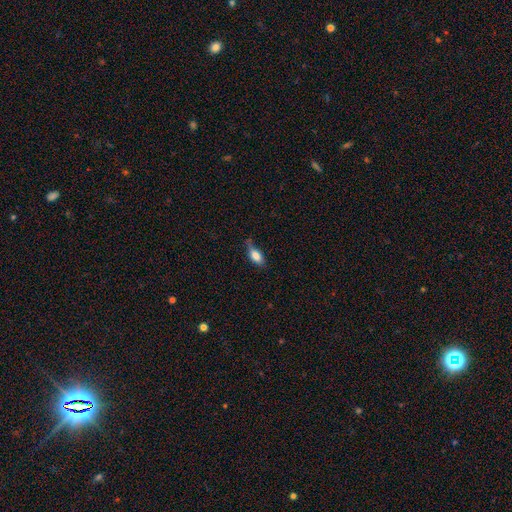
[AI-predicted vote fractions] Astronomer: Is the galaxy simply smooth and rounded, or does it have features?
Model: smooth — 79%.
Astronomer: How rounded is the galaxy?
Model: in between — 84%.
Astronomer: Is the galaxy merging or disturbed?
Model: none — 48% (runner-up: minor disturbance, 37%).